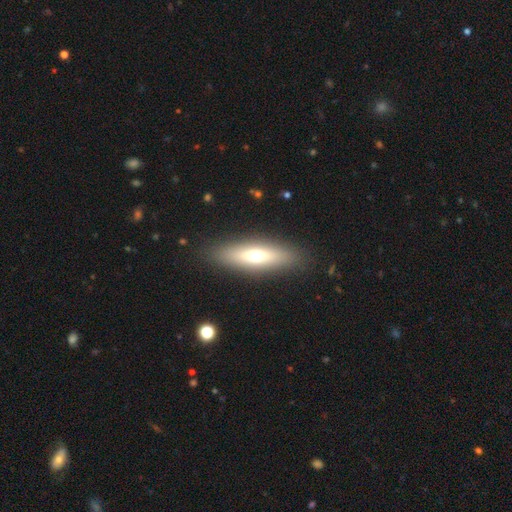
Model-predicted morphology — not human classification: smooth-or-featured: smooth: 57% | featured or disk: 36% | star or artifact: 7%
  how-rounded: cigar-shaped: 57% | in between: 40% | round: 3%
  merging: none: 88% | minor disturbance: 8% | major disturbance: 3% | merger: 1%